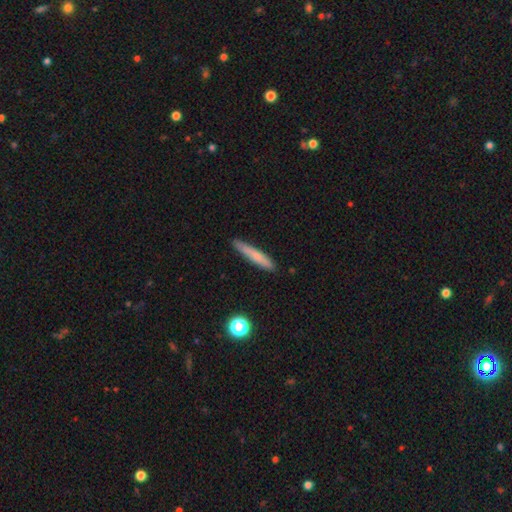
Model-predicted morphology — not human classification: smooth-or-featured: smooth: 69% | featured or disk: 24% | star or artifact: 7%
  how-rounded: cigar-shaped: 94% | in between: 5% | round: 1%
  merging: none: 87% | minor disturbance: 9% | major disturbance: 2% | merger: 1%